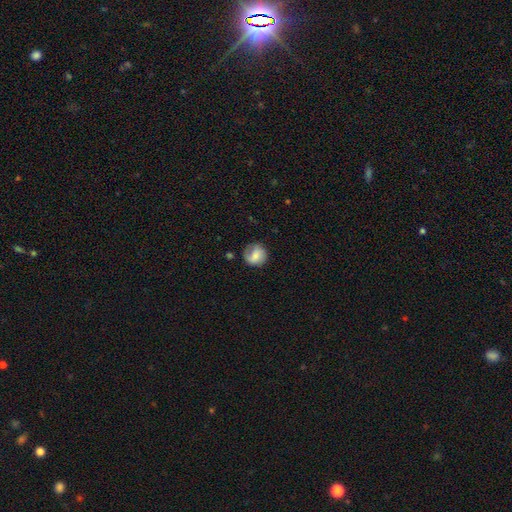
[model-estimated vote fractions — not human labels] Morphology: type=smooth (65%); roundness=round (84%); merging=none (68%).